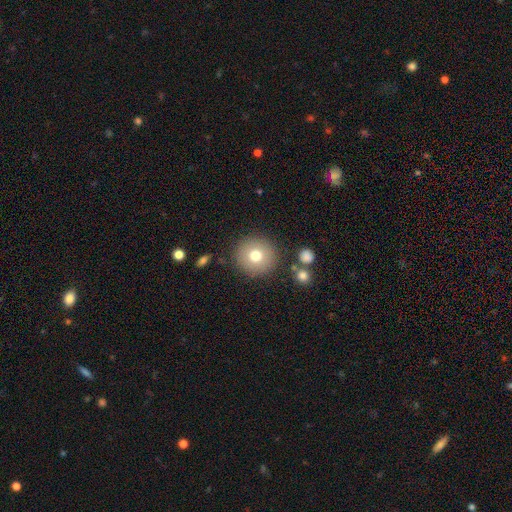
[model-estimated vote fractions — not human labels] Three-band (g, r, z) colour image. It shows a smooth galaxy with no disk features (75%) that is round (93%). Merging: none (87%).